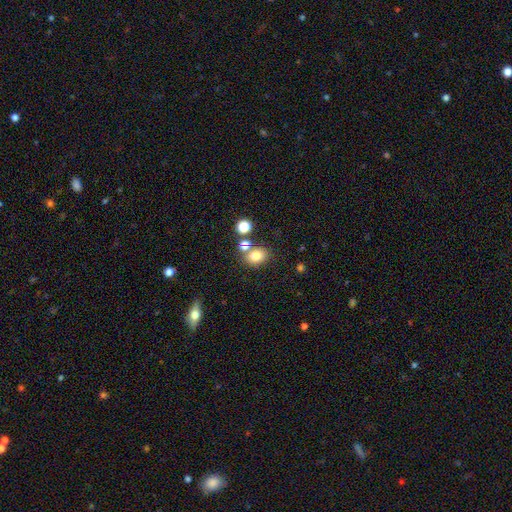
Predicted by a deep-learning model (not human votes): A smooth galaxy with no disk features (78%) that is in between round and cigar-shaped (53%). Merging: none (67%).